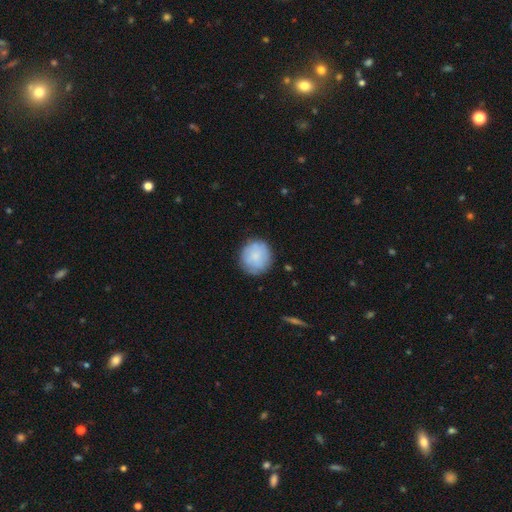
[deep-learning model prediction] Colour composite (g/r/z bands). It shows a smooth galaxy with no disk features (82%) that is round (91%). Merging: none (82%).